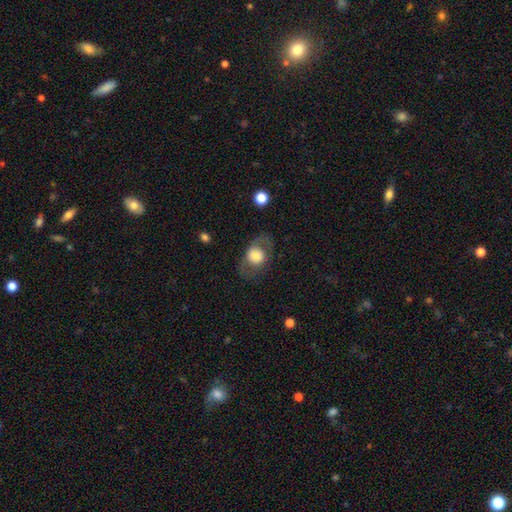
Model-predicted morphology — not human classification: This is likely a smooth galaxy (64%). How rounded: possibly in between (52%). Merging: likely none (70%).